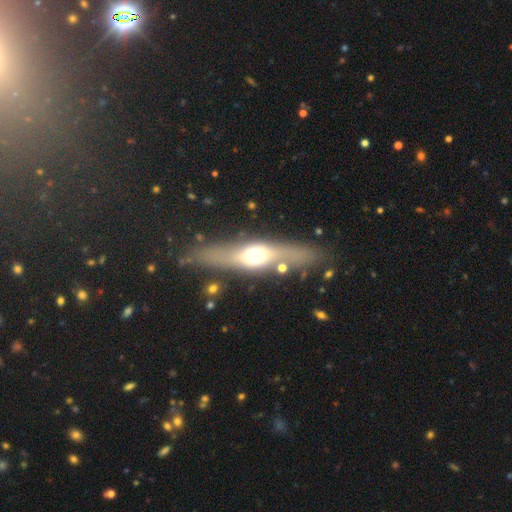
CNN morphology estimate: Overall: featured or disk (57%; smooth 35%). Edge-on disk: yes (84%). Merging: none (82%).